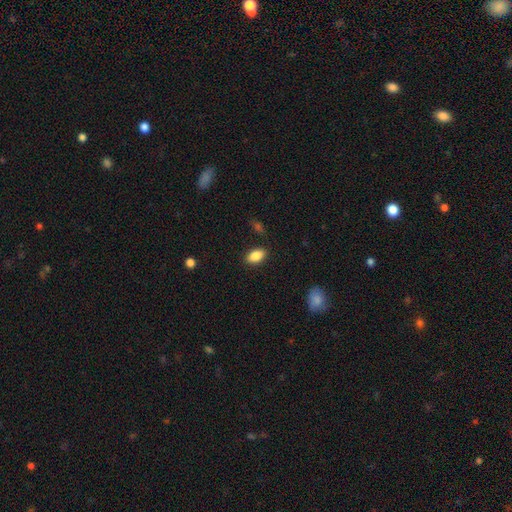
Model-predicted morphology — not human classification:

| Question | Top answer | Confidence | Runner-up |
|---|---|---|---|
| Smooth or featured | smooth | 87% | star or artifact (8%) |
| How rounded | in between | 91% | round (7%) |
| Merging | none | 87% | minor disturbance (9%) |